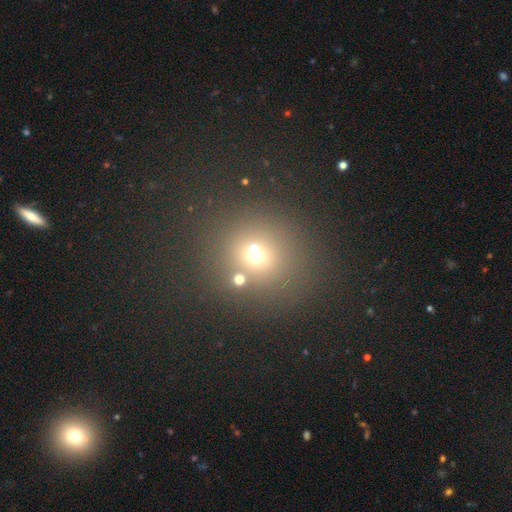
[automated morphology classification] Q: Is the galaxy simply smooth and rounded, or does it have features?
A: smooth — 60%.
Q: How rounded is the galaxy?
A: round — 88%.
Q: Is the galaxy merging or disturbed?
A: none — 66%.